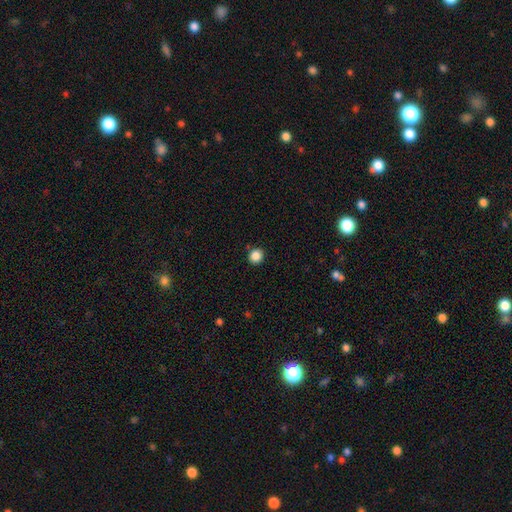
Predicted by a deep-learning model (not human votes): This appears to be a smooth galaxy with no disk features (86%) that is round (91%). Merging: none (90%).